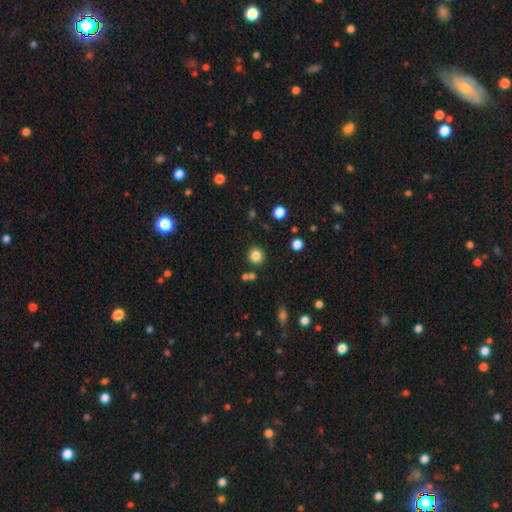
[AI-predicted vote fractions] smooth_or_featured: smooth (p=0.84) [alt: star or artifact p=0.12]
how_rounded: round (p=0.91) [alt: in between p=0.08]
merging: none (p=0.85) [alt: minor disturbance p=0.07]